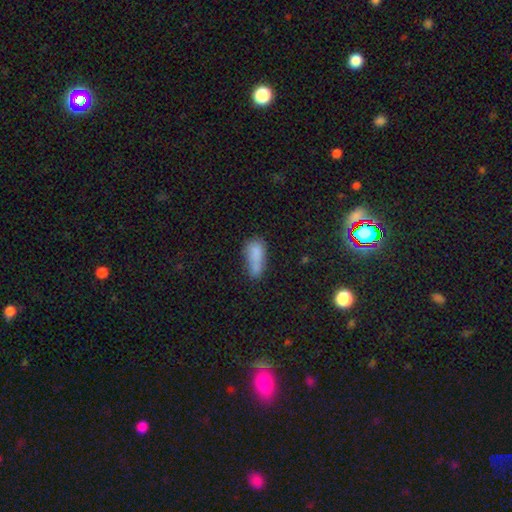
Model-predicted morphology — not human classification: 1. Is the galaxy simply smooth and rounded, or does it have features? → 78% smooth, 12% featured or disk, 11% star or artifact.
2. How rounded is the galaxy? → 75% in between, 21% cigar-shaped, 5% round.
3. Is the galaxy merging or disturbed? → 39% none, 25% minor disturbance, 23% merger, 13% major disturbance.